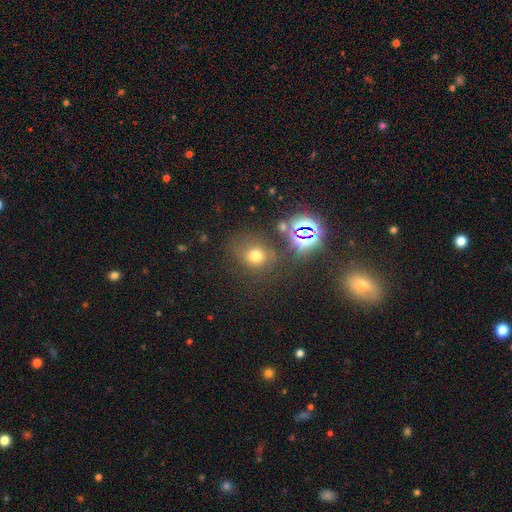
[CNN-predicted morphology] The model was most divided on "smooth or featured": smooth: 62%, star or artifact: 26%, featured or disk: 12%. More confident: how rounded — round (76%); merging — none (69%).